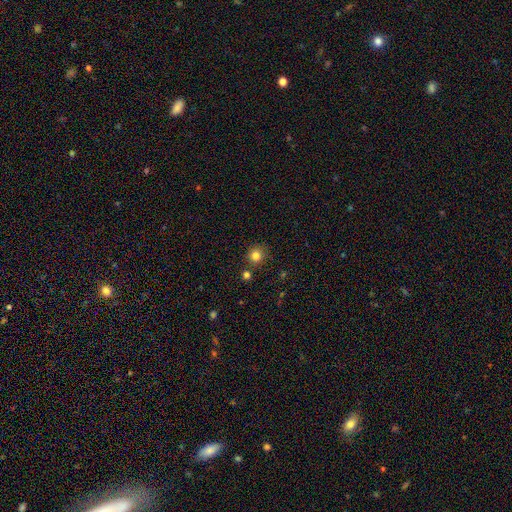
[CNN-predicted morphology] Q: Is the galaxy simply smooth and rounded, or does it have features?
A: smooth — 82%.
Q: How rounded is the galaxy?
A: round — 90%.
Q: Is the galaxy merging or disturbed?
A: none — 82%.